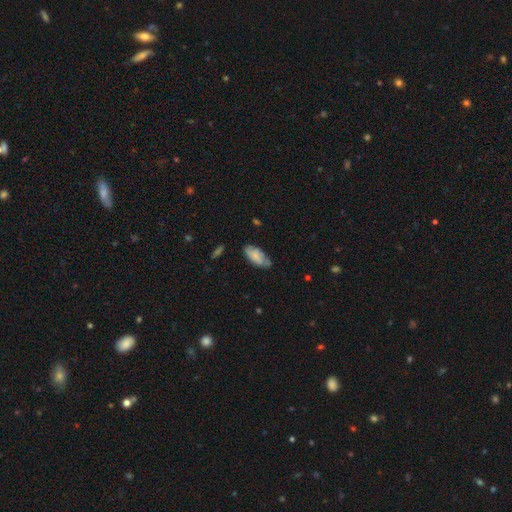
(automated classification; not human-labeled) Morphology: type=smooth (68%); roundness=in between (89%); merging=none (62%).